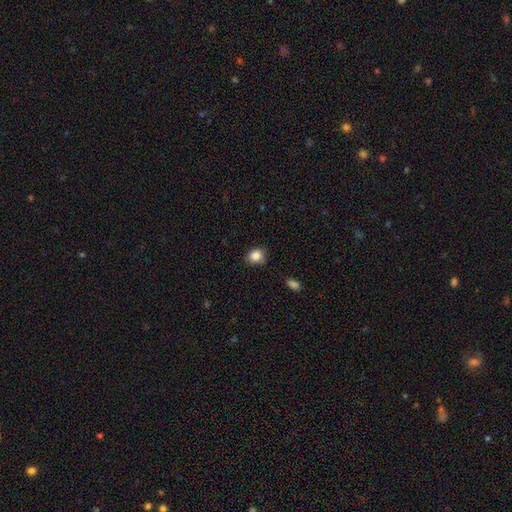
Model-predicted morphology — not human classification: type=smooth (85%); roundness=round (69%); merging=none (76%).